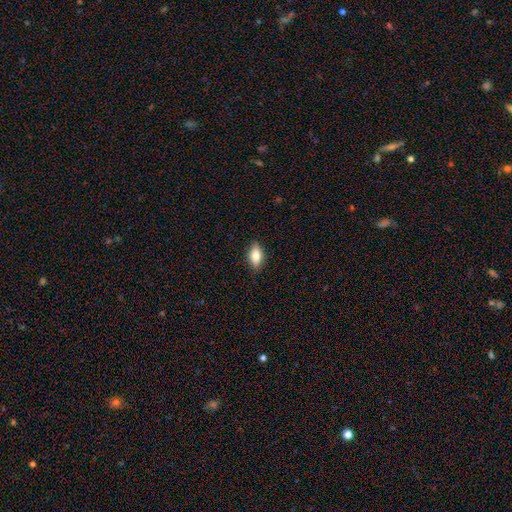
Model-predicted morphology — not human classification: A smooth galaxy with no disk features (71%) that is in between round and cigar-shaped (82%).

Vote fractions:
- Smooth or featured? smooth: 71% / featured or disk: 21% / star or artifact: 8%
- How rounded? in between: 82% / cigar-shaped: 14% / round: 4%
- Merging? none: 86% / minor disturbance: 11% / major disturbance: 2% / merger: 1%